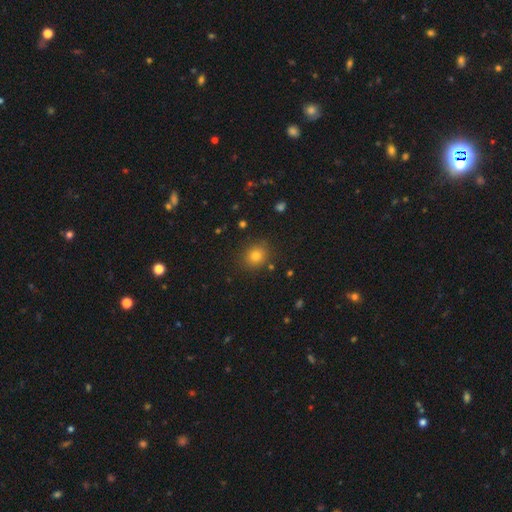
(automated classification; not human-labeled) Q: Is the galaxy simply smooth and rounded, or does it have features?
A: smooth — 78%.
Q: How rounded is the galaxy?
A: round — 75%.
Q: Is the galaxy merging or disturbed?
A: none — 85%.